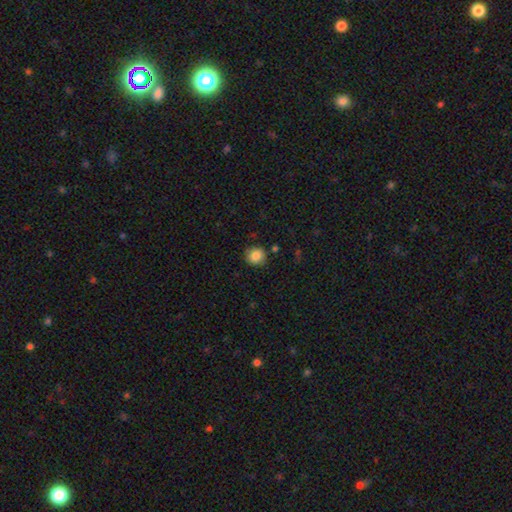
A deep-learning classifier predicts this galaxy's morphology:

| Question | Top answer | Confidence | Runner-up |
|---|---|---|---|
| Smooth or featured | smooth | 85% | star or artifact (10%) |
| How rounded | round | 88% | in between (11%) |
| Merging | none | 86% | minor disturbance (9%) |